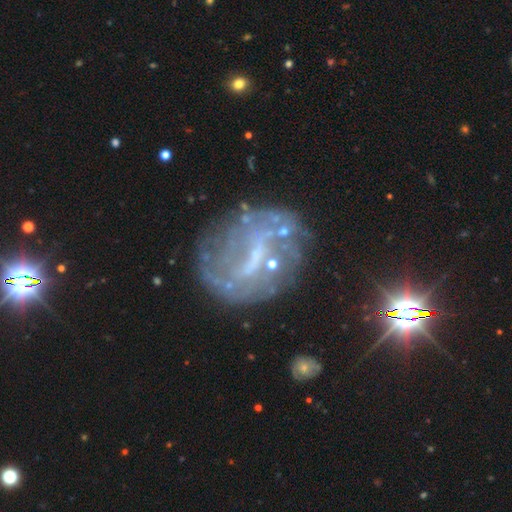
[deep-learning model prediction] smooth-or-featured: featured or disk: 71% | star or artifact: 15% | smooth: 14%
  disk-edge-on: no: 95% | yes: 5%
    bar: strong: 43% | weak: 39% | no: 19%
    has-spiral-arms: yes: 57% | no: 43%
    bulge-size: none: 44% | small: 35% | moderate: 18% | large: 2% | dominant: 1%
  merging: none: 62% | minor disturbance: 18% | major disturbance: 16% | merger: 4%